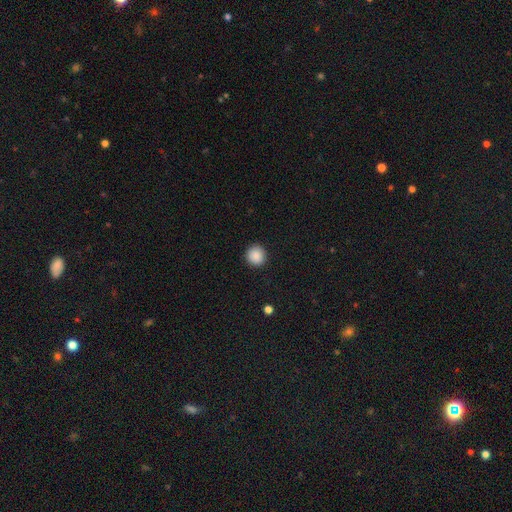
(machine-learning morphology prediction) Q: Smooth or featured?
A: smooth (89%); runner-up: star or artifact (9%)
Q: How rounded?
A: round (93%); runner-up: in between (6%)
Q: Merging?
A: none (91%); runner-up: minor disturbance (6%)